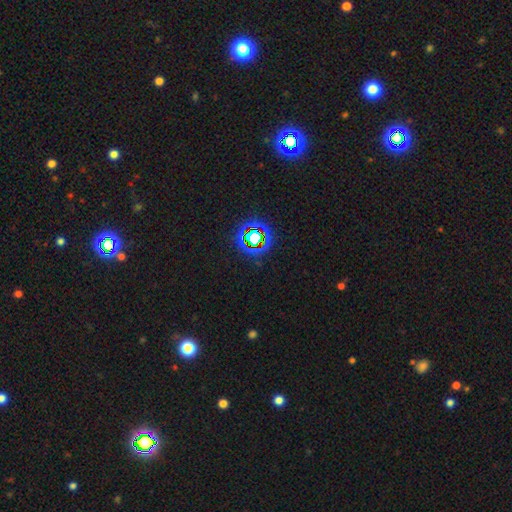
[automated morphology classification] smooth-or-featured: star or artifact: 77% | smooth: 13% | featured or disk: 9%